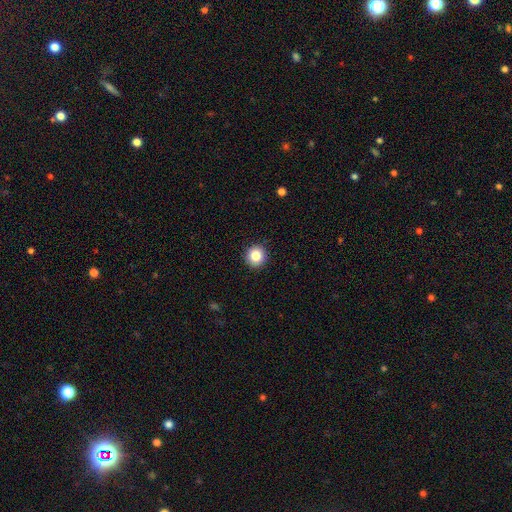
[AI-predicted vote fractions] Smooth or featured? Predicted: smooth (p=0.85). How rounded? Predicted: round (p=0.94). Merging? Predicted: none (p=0.92).